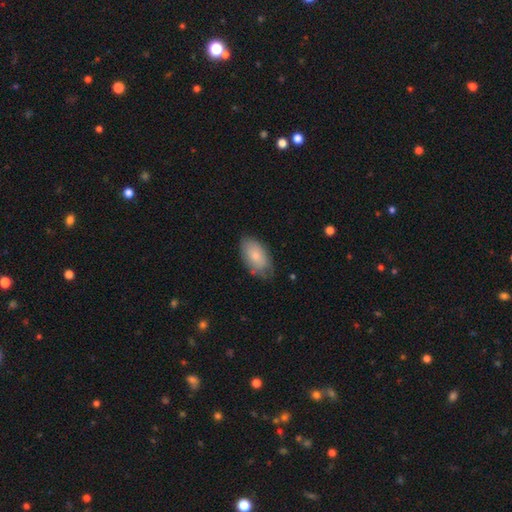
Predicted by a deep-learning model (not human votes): smooth 77%, featured or disk 17%, star or artifact 6%. Down the decision tree: how rounded — in between (94%); merging — none (71%).